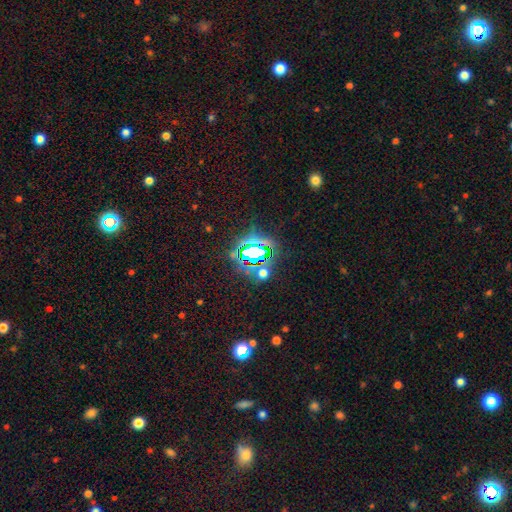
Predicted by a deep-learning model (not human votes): A star or artifact, not a galaxy (71%).

Vote fractions:
- Smooth or featured? star or artifact: 71% / smooth: 18% / featured or disk: 11%